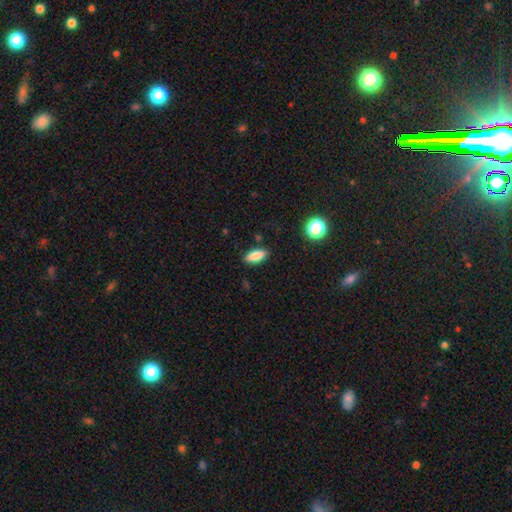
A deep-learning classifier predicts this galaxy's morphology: Smooth or featured?
  - smooth: 84% *
  - star or artifact: 8%
  - featured or disk: 8%
How rounded?
  - in between: 80% *
  - cigar-shaped: 18%
  - round: 3%
Merging?
  - none: 86% *
  - minor disturbance: 10%
  - major disturbance: 2%
  - merger: 2%